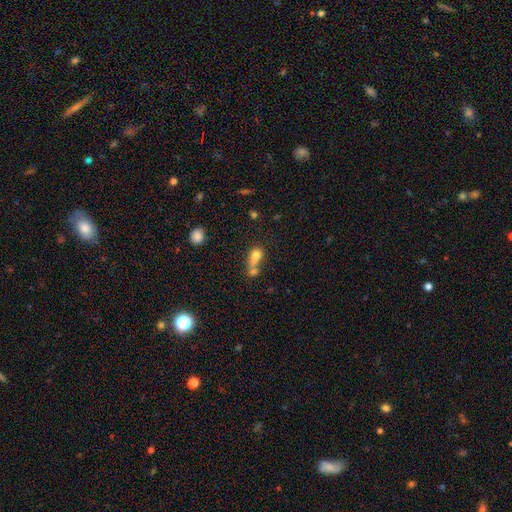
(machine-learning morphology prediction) Q: Smooth or featured?
A: smooth (72%); runner-up: featured or disk (16%)
Q: How rounded?
A: in between (55%); runner-up: round (36%)
Q: Merging?
A: merger (56%); runner-up: none (23%)